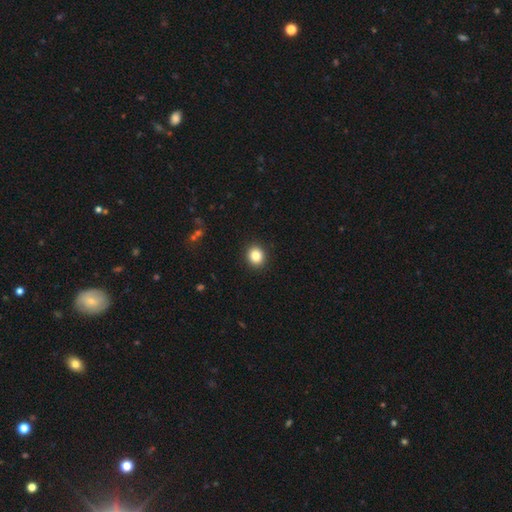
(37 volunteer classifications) Morphology: type=smooth (95%); roundness=round (66%); merging=none (91%).